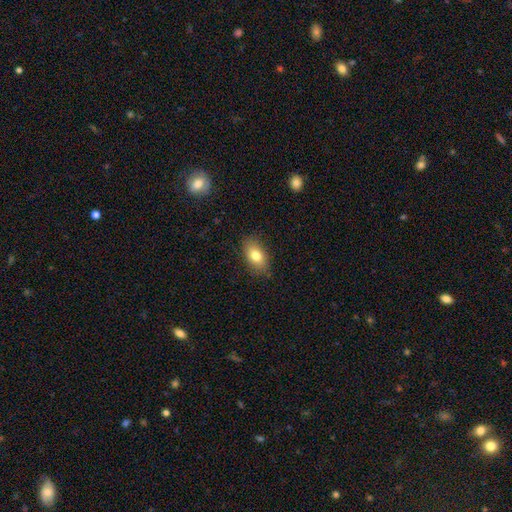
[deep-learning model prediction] A smooth galaxy with no disk features (79%) that is in between round and cigar-shaped (87%).

Vote fractions:
- Smooth or featured? smooth: 79% / featured or disk: 13% / star or artifact: 8%
- How rounded? in between: 87% / round: 9% / cigar-shaped: 4%
- Merging? none: 84% / minor disturbance: 12% / major disturbance: 3% / merger: 1%